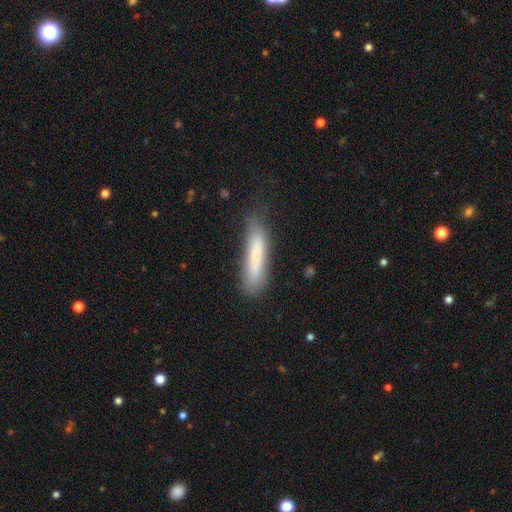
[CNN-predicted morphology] This appears to be a smooth galaxy with no disk features (79%) that is cigar-shaped (85%). Merging: none (70%).